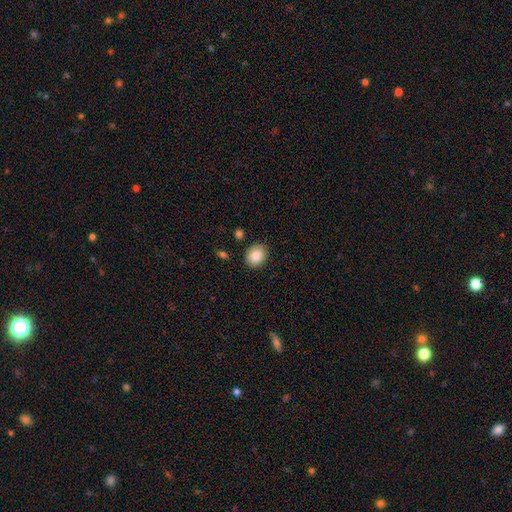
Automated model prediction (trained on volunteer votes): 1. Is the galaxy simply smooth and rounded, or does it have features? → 87% smooth, 8% star or artifact, 5% featured or disk.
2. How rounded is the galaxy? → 58% round, 42% in between, 1% cigar-shaped.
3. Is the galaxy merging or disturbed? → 86% none, 9% minor disturbance, 2% major disturbance, 2% merger.